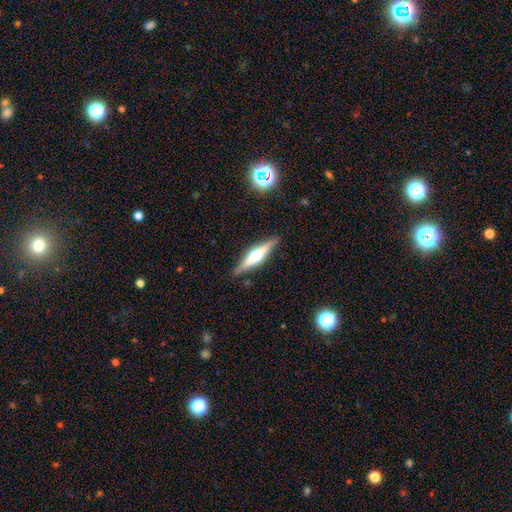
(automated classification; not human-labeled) A featured or disk galaxy (66%) viewed edge-on (96%) with a rounded central bulge (88%). Merging: none (88%).